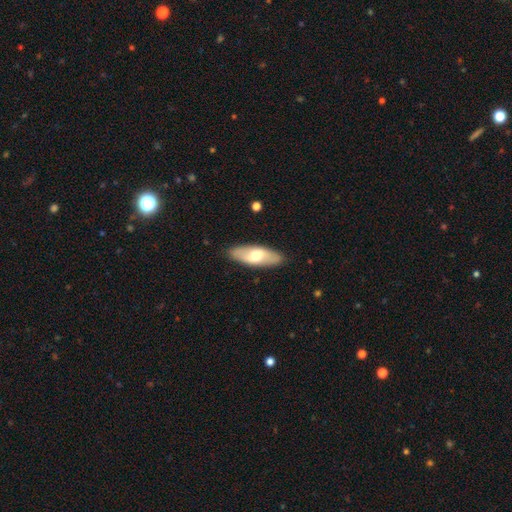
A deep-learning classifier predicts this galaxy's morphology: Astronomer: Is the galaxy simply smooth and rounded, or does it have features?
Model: smooth — 58% (runner-up: featured or disk, 37%).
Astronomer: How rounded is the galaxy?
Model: in between — 72%.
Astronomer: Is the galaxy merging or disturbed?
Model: none — 88%.